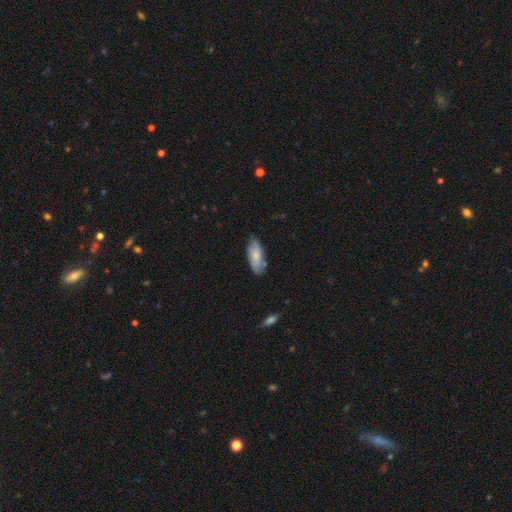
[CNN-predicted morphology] This appears to be a smooth galaxy with no disk features (75%) that is in between round and cigar-shaped (79%). Merging: none (73%).